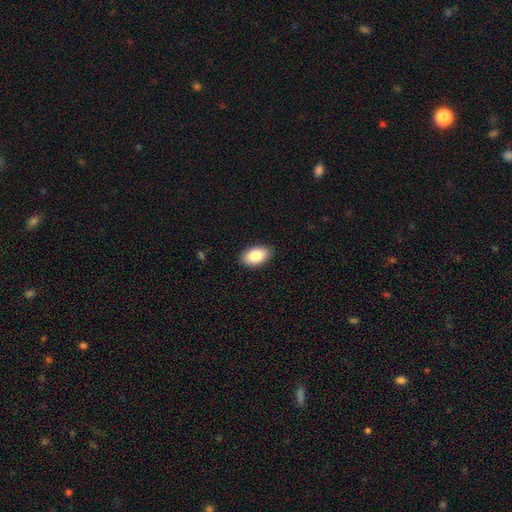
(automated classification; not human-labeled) Smooth or featured?
  - smooth: 85% *
  - featured or disk: 8%
  - star or artifact: 7%
How rounded?
  - in between: 93% *
  - round: 5%
  - cigar-shaped: 1%
Merging?
  - none: 89% *
  - minor disturbance: 9%
  - major disturbance: 2%
  - merger: 1%